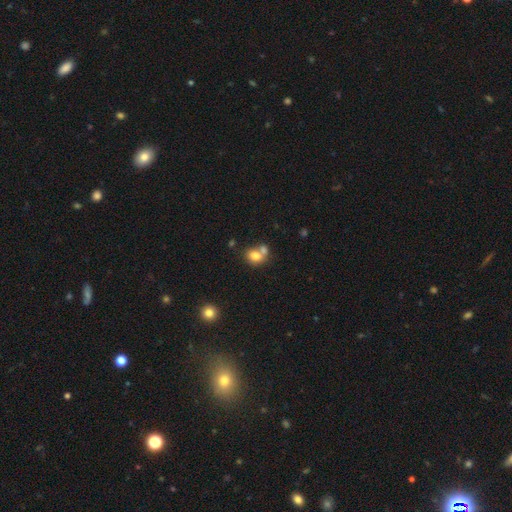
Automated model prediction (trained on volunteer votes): This is likely a smooth galaxy (77%). How rounded: possibly round (57%). Merging: possibly merger (50%).